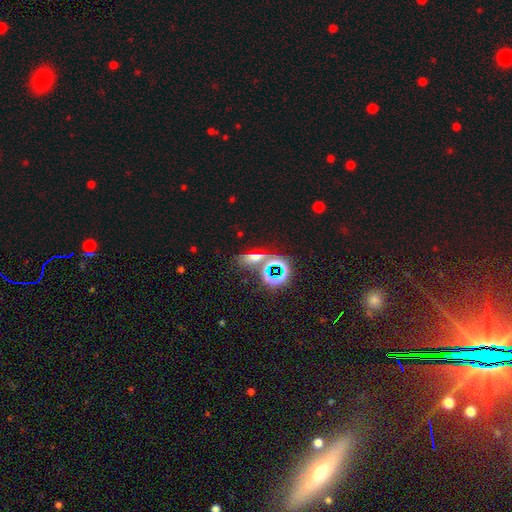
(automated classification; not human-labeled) Smooth or featured? star or artifact (53%)